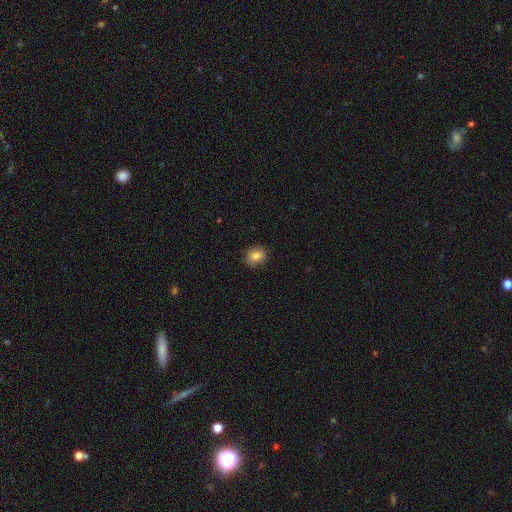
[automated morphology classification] type=smooth (81%); roundness=round (75%); merging=none (82%).